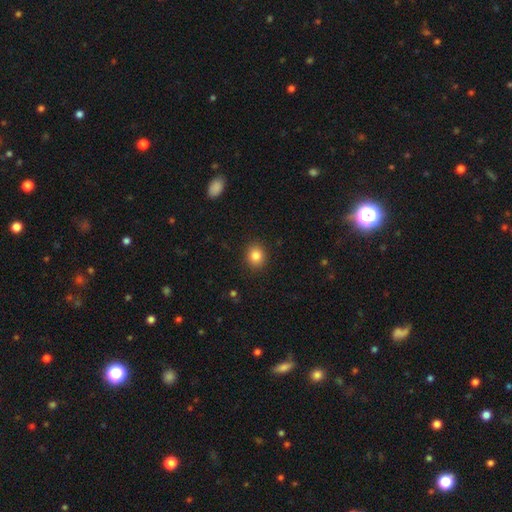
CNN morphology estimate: smooth 84%, star or artifact 10%, featured or disk 6%. Down the decision tree: how rounded — round (75%); merging — none (90%).